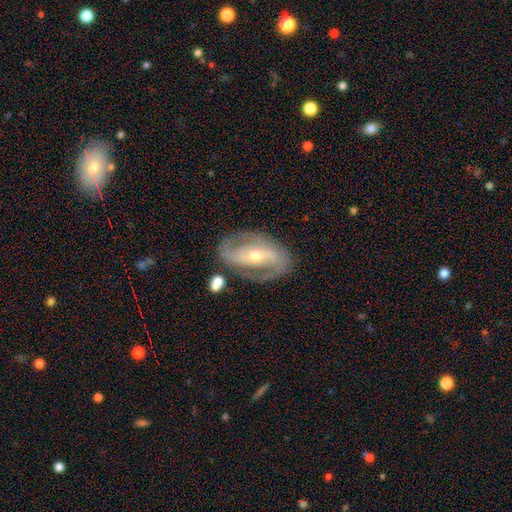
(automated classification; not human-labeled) featured or disk 81%, smooth 12%, star or artifact 7%. Down the decision tree: edge-on disk — no (93%); bar — strong (45%); spiral arms — yes (87%); spiral arm count — 2 (83%); spiral winding — medium (42%); bulge size — moderate (51%); merging — none (78%).